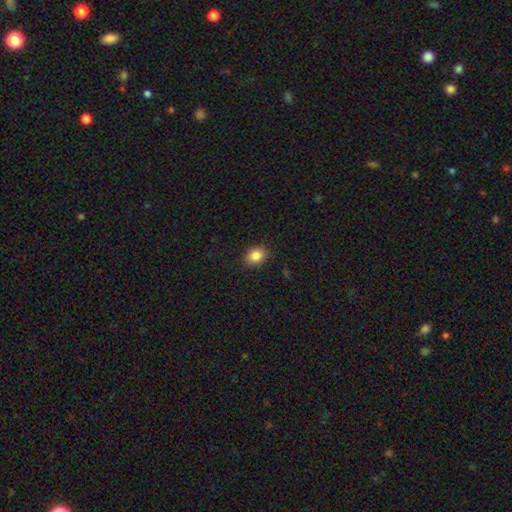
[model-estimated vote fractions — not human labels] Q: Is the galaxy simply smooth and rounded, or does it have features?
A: smooth — 87%.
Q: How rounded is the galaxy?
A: in between — 51%.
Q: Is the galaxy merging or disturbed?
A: none — 89%.